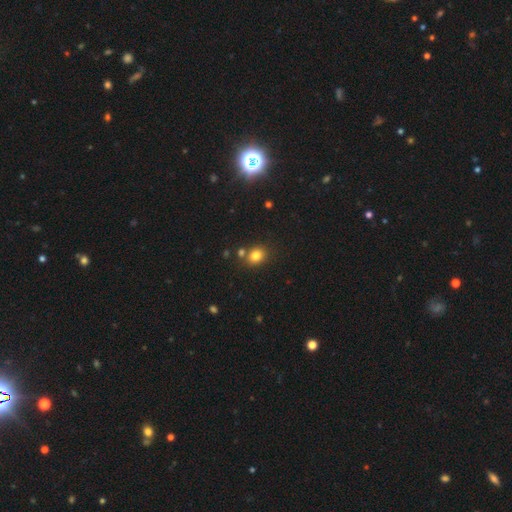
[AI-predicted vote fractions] This appears to be a smooth galaxy with no disk features (80%) that is round (60%). Merging: none (72%).